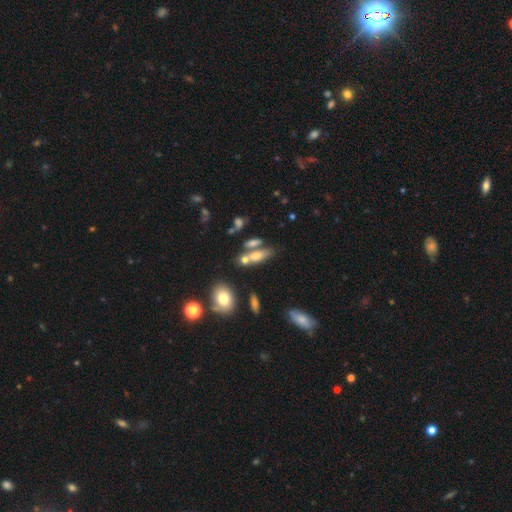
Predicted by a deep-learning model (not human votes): Q: Smooth or featured?
A: smooth (63%); runner-up: featured or disk (26%)
Q: How rounded?
A: in between (58%); runner-up: cigar-shaped (36%)
Q: Merging?
A: none (47%); runner-up: merger (32%)